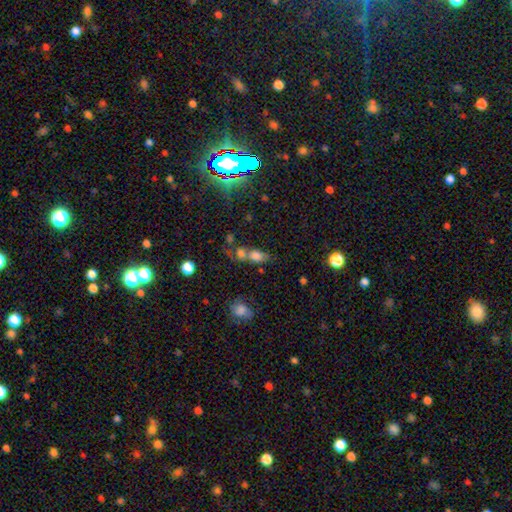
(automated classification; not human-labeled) smooth 73%, star or artifact 14%, featured or disk 13%. Down the decision tree: how rounded — in between (69%); merging — merger (52%).